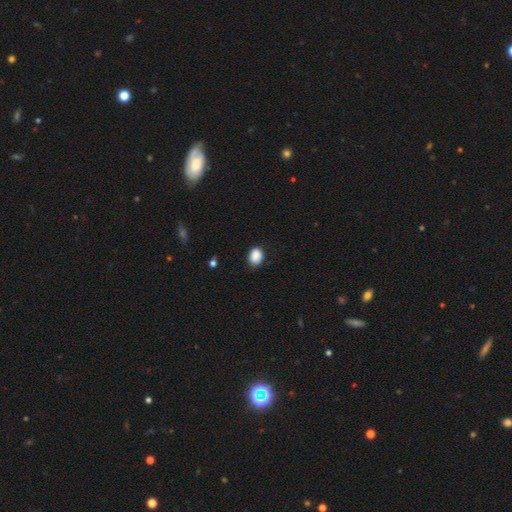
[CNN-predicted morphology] Overall: smooth (88%). How rounded: in between (59%; round 40%). Merging: none (77%).